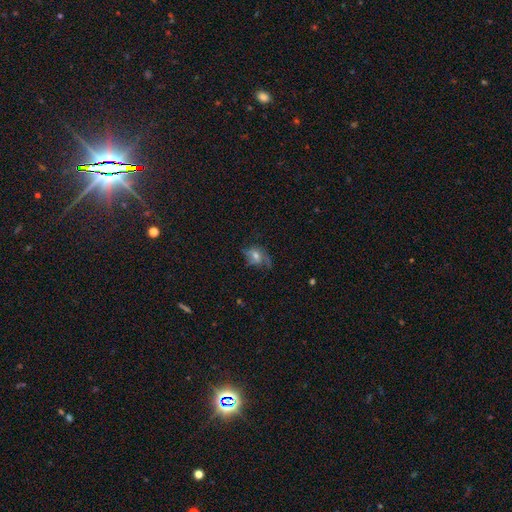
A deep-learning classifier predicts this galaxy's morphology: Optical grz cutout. It shows a featured or disk galaxy (48%). Merging: none (50%).